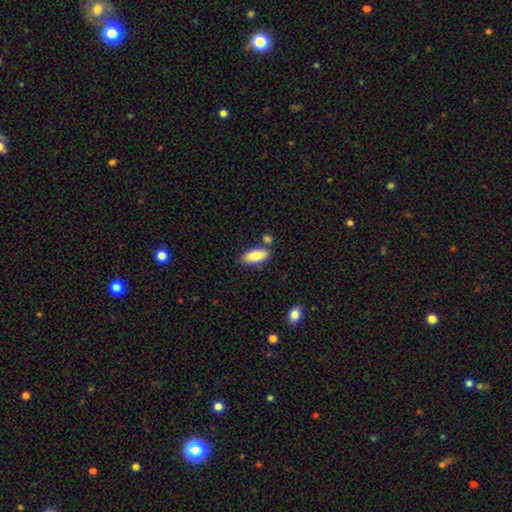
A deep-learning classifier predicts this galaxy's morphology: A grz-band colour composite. It shows a smooth galaxy with no disk features (85%) that is in between round and cigar-shaped (85%). Merging: none (74%).